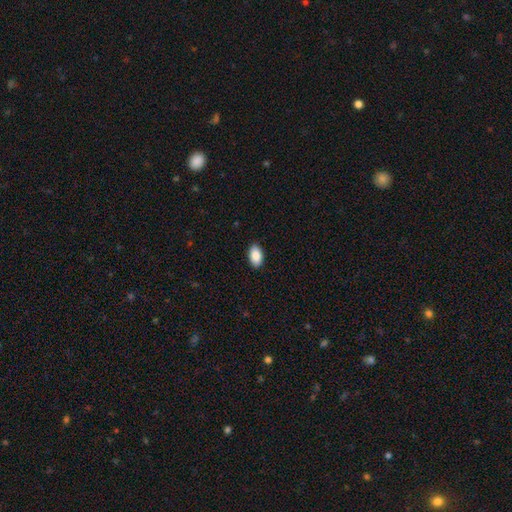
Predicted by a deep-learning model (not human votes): smooth-or-featured: smooth: 87% | star or artifact: 7% | featured or disk: 6%
  how-rounded: in between: 94% | round: 5% | cigar-shaped: 2%
  merging: none: 89% | minor disturbance: 8% | major disturbance: 2% | merger: 1%